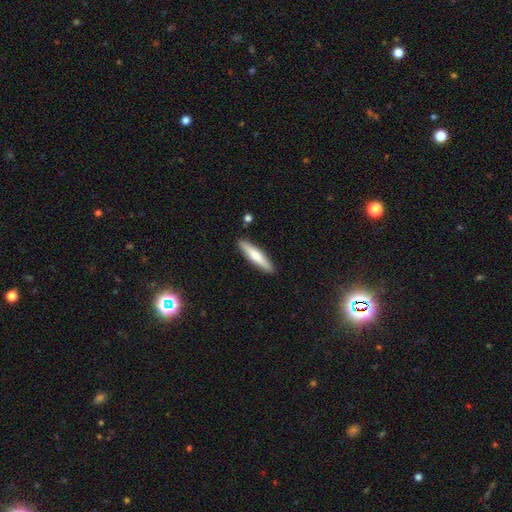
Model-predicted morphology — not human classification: A smooth galaxy with no disk features (64%) that is cigar-shaped (85%).

Vote fractions:
- Smooth or featured? smooth: 64% / featured or disk: 31% / star or artifact: 5%
- How rounded? cigar-shaped: 85% / in between: 14% / round: 1%
- Merging? none: 89% / minor disturbance: 8% / merger: 2% / major disturbance: 2%